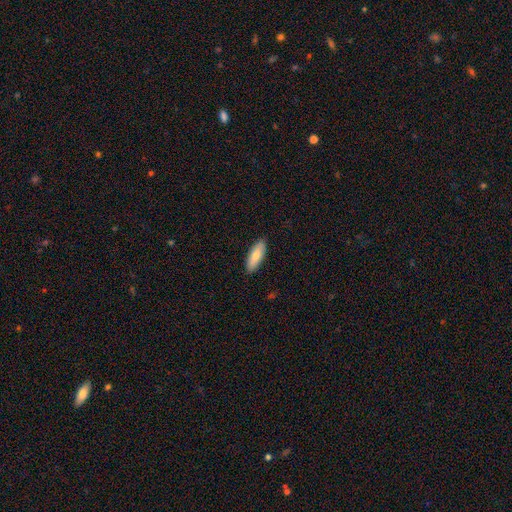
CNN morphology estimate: Overall: smooth (79%). How rounded: in between (67%; cigar-shaped 31%). Merging: none (90%).